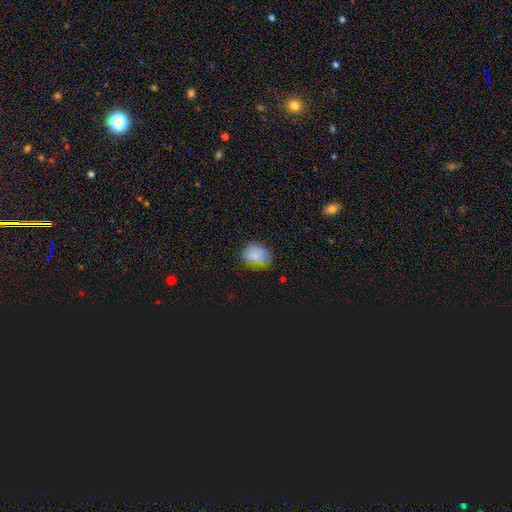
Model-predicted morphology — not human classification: smooth_or_featured: smooth (p=0.76) [alt: star or artifact p=0.14]
how_rounded: in between (p=0.51) [alt: round p=0.48]
merging: none (p=0.77) [alt: minor disturbance p=0.18]